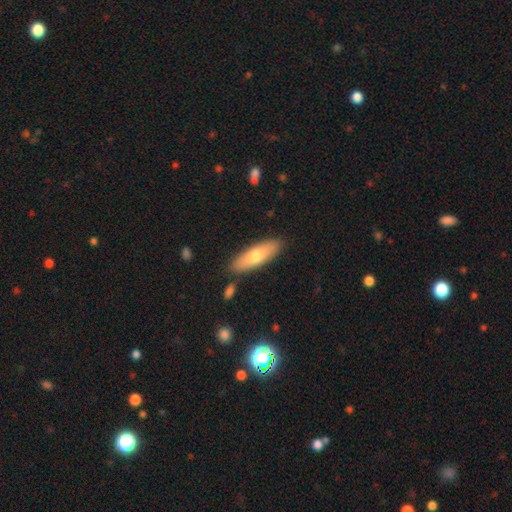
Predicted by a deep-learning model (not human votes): Q: Smooth or featured?
A: smooth (69%); runner-up: featured or disk (26%)
Q: How rounded?
A: in between (53%); runner-up: cigar-shaped (45%)
Q: Merging?
A: none (85%); runner-up: minor disturbance (10%)